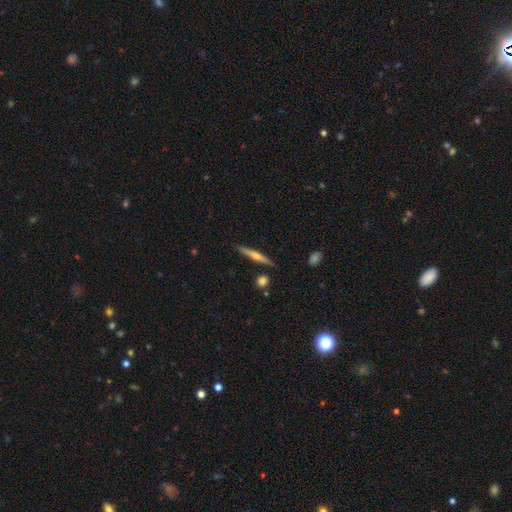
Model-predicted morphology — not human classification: Smooth or featured?
  - featured or disk: 59% *
  - smooth: 35%
  - star or artifact: 6%
Edge-on disk?
  - yes: 97% *
  - no: 3%
Edge-on bulge?
  - rounded: 75% *
  - none: 17%
  - boxy: 8%
Merging?
  - none: 88% *
  - minor disturbance: 8%
  - merger: 2%
  - major disturbance: 2%